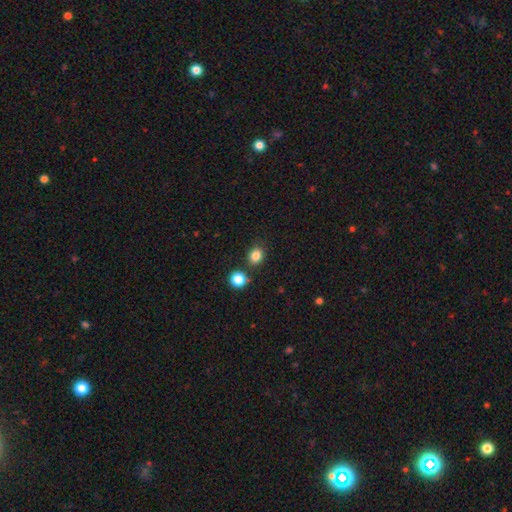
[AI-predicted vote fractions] Smooth or featured?
  - smooth: 83% *
  - star or artifact: 12%
  - featured or disk: 5%
How rounded?
  - round: 60% *
  - in between: 39%
  - cigar-shaped: 1%
Merging?
  - none: 79% *
  - minor disturbance: 10%
  - merger: 8%
  - major disturbance: 3%